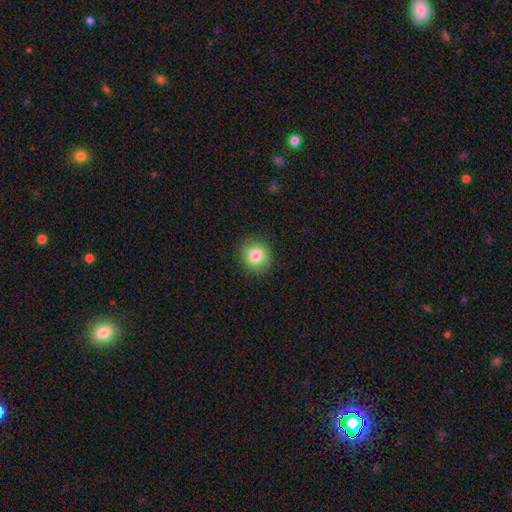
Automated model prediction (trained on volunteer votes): A smooth galaxy with no disk features (82%) that is round (81%).

Vote fractions:
- Smooth or featured? smooth: 82% / star or artifact: 10% / featured or disk: 9%
- How rounded? round: 81% / in between: 18% / cigar-shaped: 1%
- Merging? none: 87% / minor disturbance: 9% / major disturbance: 3% / merger: 1%